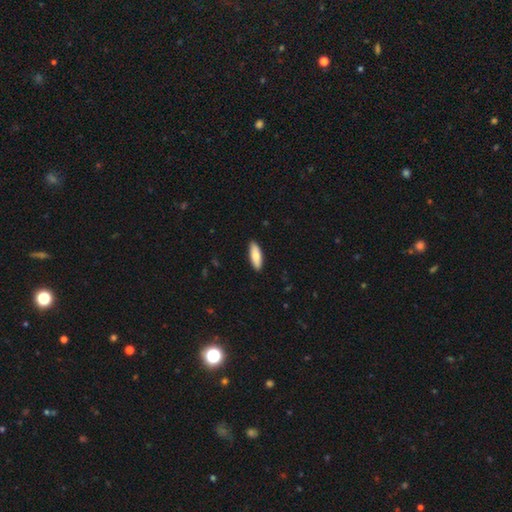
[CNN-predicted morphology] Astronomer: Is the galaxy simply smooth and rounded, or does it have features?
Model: smooth — 80%.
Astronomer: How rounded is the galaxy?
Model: in between — 59% (runner-up: cigar-shaped, 39%).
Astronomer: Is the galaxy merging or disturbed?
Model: none — 90%.